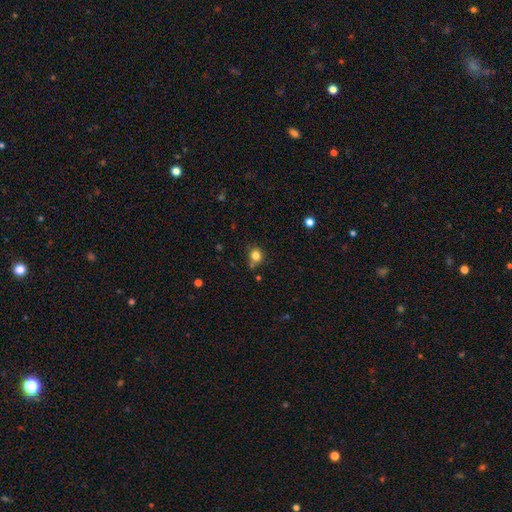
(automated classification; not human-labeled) This appears to be a smooth galaxy with no disk features (82%) that is round (78%). Merging: none (68%).